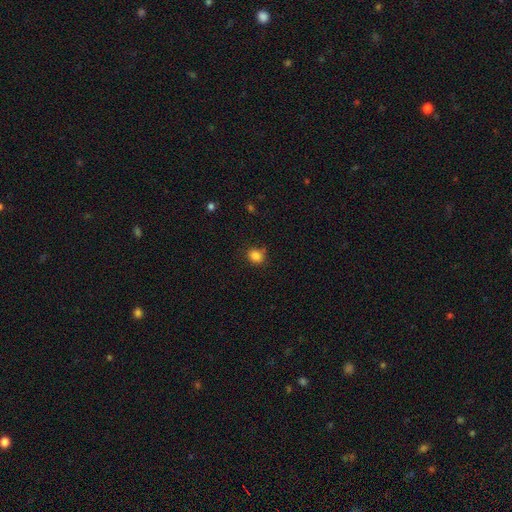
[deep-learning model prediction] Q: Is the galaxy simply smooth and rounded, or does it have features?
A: smooth — 85%.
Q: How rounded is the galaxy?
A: round — 64%.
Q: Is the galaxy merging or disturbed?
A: none — 76%.